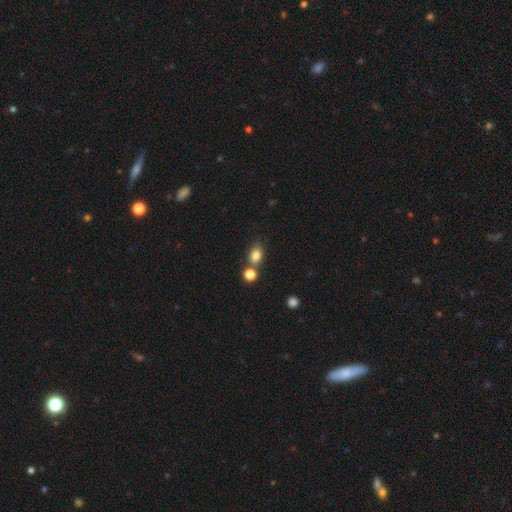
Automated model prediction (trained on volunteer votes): smooth 81%, star or artifact 11%, featured or disk 8%. Down the decision tree: how rounded — in between (64%); merging — none (57%).